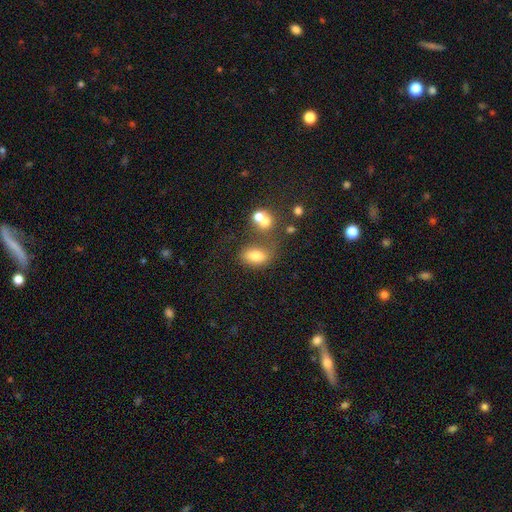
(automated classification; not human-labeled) smooth 76%, featured or disk 13%, star or artifact 11%. Down the decision tree: how rounded — in between (84%); merging — none (50%).